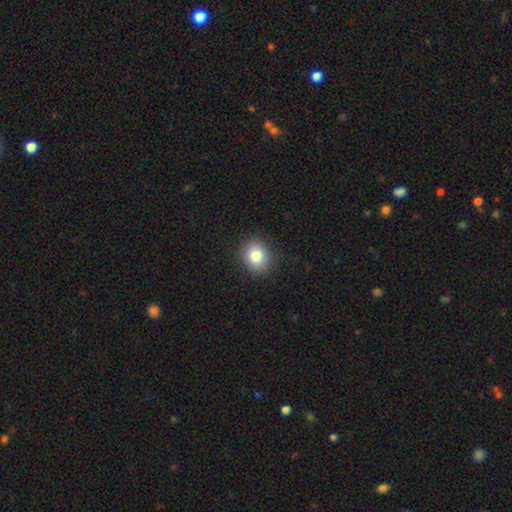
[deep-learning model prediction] Morphology: type=smooth (80%); roundness=round (77%); merging=none (90%).